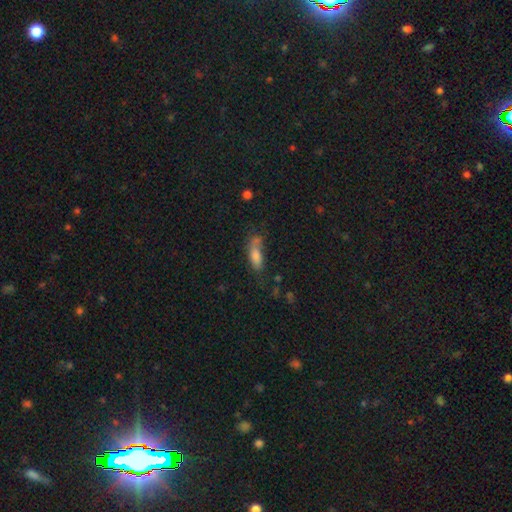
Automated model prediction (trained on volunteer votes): Smooth or featured: smooth — 77% (featured or disk — 13%)
How rounded: in between — 66% (cigar-shaped — 31%)
Merging: none — 45% (minor disturbance — 27%)